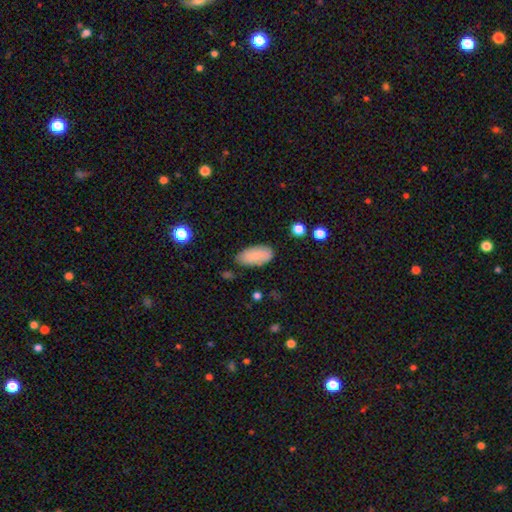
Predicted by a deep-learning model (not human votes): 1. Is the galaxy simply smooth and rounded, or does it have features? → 81% smooth, 12% featured or disk, 7% star or artifact.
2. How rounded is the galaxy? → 92% in between, 6% cigar-shaped, 2% round.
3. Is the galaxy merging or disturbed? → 79% none, 16% minor disturbance, 3% major disturbance, 2% merger.